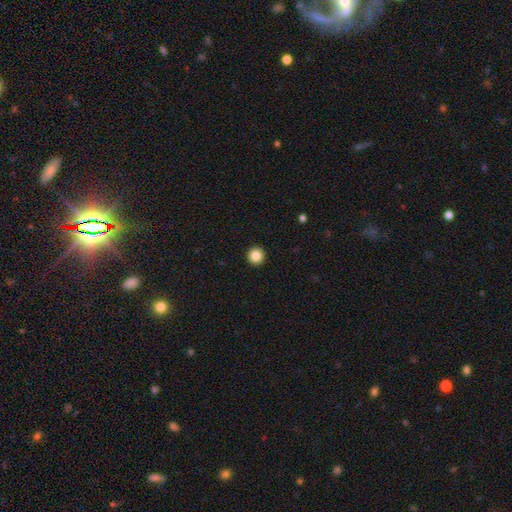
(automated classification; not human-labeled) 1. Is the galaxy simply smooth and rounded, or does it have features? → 85% smooth, 10% star or artifact, 4% featured or disk.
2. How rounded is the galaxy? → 96% round, 4% in between, 1% cigar-shaped.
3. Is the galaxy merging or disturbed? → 94% none, 4% minor disturbance, 1% major disturbance, 1% merger.